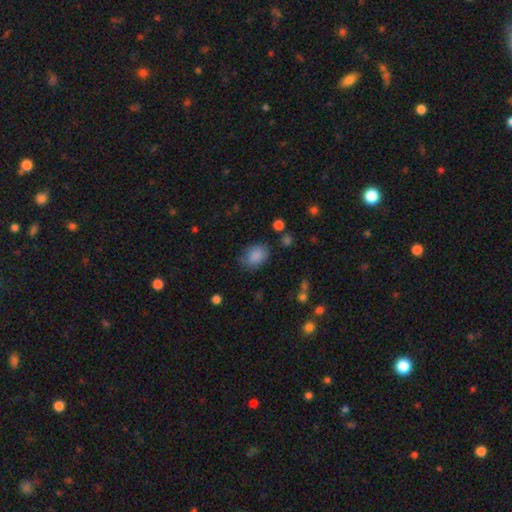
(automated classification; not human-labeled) This is clearly a smooth galaxy (86%). How rounded: likely in between (70%). Merging: likely none (69%).